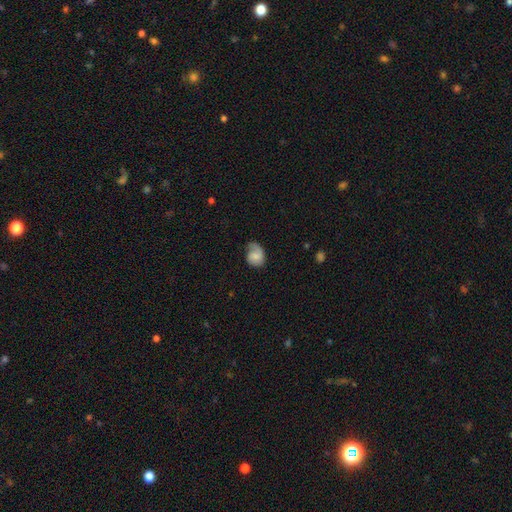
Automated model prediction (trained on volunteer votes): The model was most divided on "how rounded": in between: 54%, round: 45%, cigar-shaped: 1%. Remaining: smooth or featured — smooth (53%); merging — none (43%).